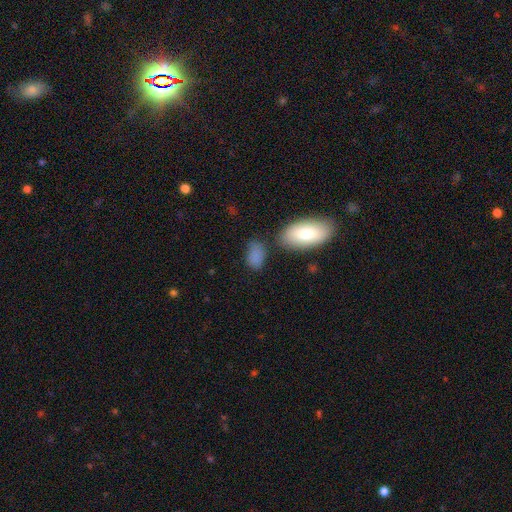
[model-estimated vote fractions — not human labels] The model was most divided on "merging": none: 55%, minor disturbance: 22%, merger: 14%, major disturbance: 9%. More confident: how rounded — in between (90%); smooth or featured — smooth (83%).